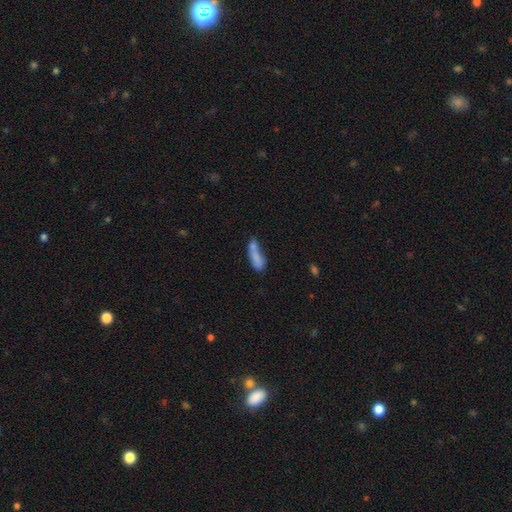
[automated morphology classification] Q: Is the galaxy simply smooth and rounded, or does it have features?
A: smooth — 74%.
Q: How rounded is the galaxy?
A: cigar-shaped — 52%.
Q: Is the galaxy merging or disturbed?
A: merger — 36%.